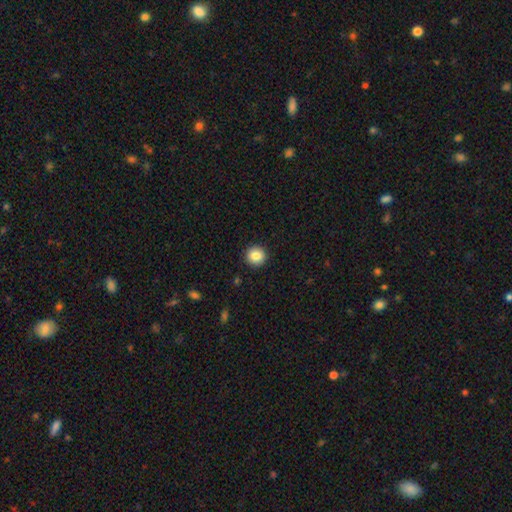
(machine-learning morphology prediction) Smooth or featured? smooth (85%)
How rounded? round (94%)
Merging? none (92%)